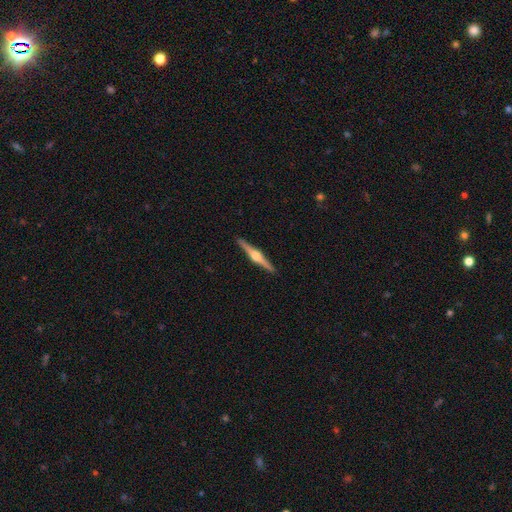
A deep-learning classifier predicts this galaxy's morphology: type=featured or disk (82%); edge-on=yes (99%); edge-on bulge=rounded (93%); merging=none (92%).